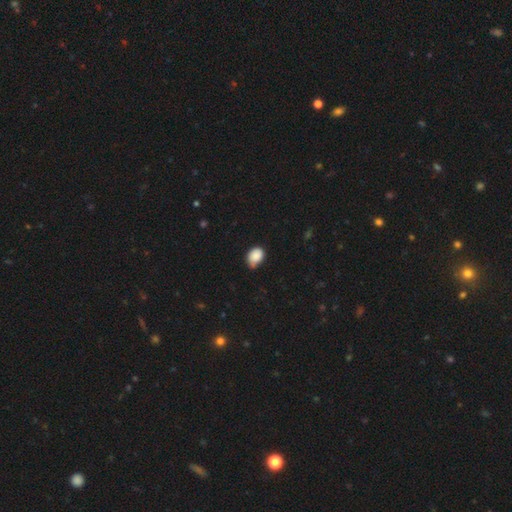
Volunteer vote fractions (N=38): Smooth or featured? 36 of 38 (95%) said smooth. How rounded? 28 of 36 (78%) said in between. Merging? 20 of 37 (54%) said none.